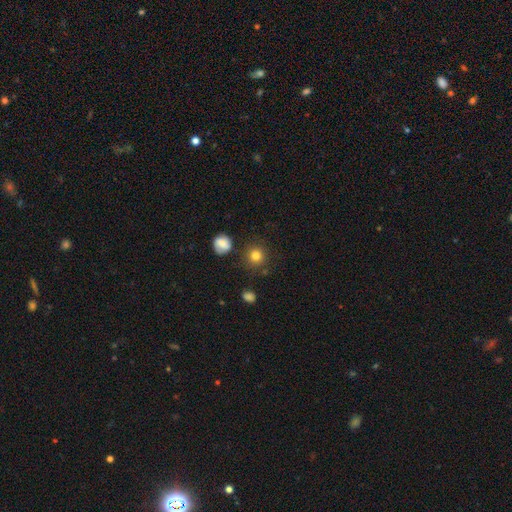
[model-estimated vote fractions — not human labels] Smooth or featured: smooth — 82% (star or artifact — 12%)
How rounded: round — 91% (in between — 8%)
Merging: none — 84% (minor disturbance — 9%)